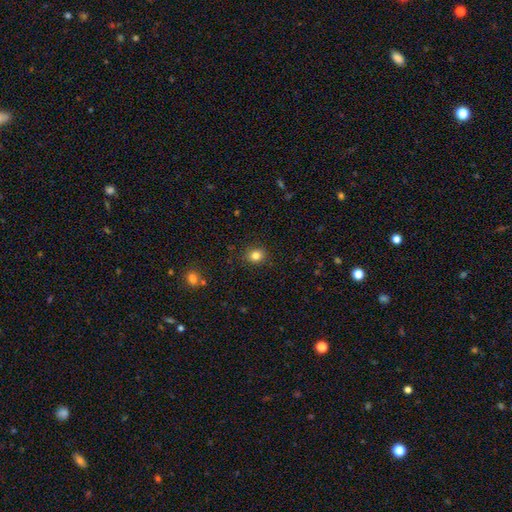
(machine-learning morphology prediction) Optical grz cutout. It shows a smooth galaxy with no disk features (83%) that is round (66%). Merging: none (87%).